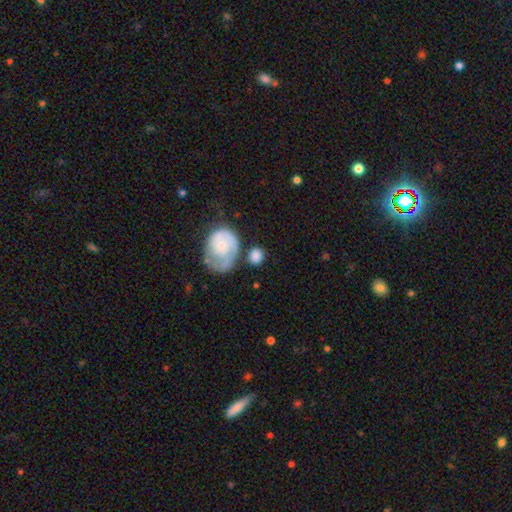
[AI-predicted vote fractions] smooth 75%, featured or disk 18%, star or artifact 7%. Down the decision tree: how rounded — round (69%); merging — none (53%).